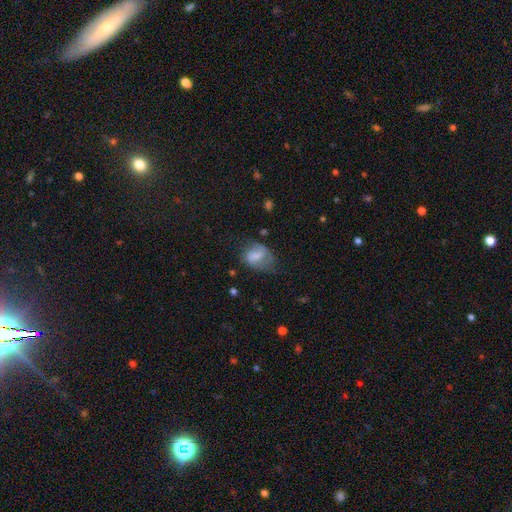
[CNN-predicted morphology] The model was most divided on "merging": none: 37%, minor disturbance: 32%, major disturbance: 28%, merger: 3%. More confident: how rounded — in between (70%); smooth or featured — smooth (62%).